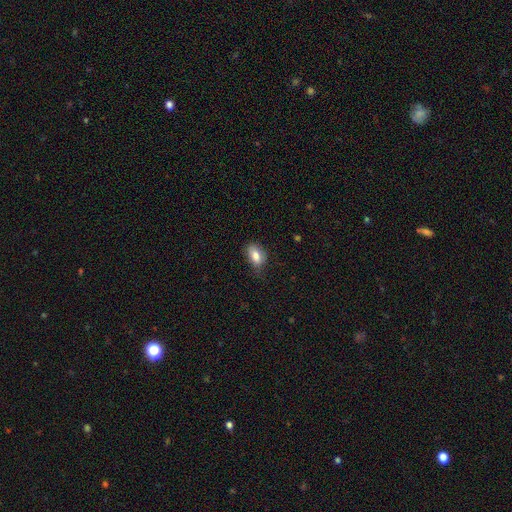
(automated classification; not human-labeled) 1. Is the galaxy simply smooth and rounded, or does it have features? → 82% smooth, 10% featured or disk, 8% star or artifact.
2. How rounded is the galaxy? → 88% in between, 9% round, 3% cigar-shaped.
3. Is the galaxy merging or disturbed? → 62% none, 29% minor disturbance, 7% major disturbance, 1% merger.